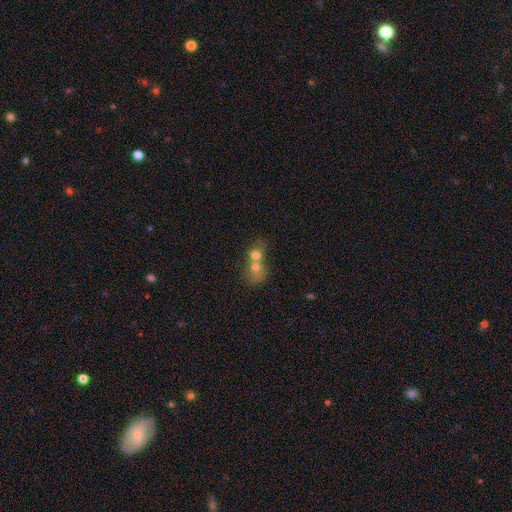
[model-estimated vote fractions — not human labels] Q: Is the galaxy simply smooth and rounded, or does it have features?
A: smooth — 68%.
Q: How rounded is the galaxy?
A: round — 64%.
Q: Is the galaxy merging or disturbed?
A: merger — 77%.